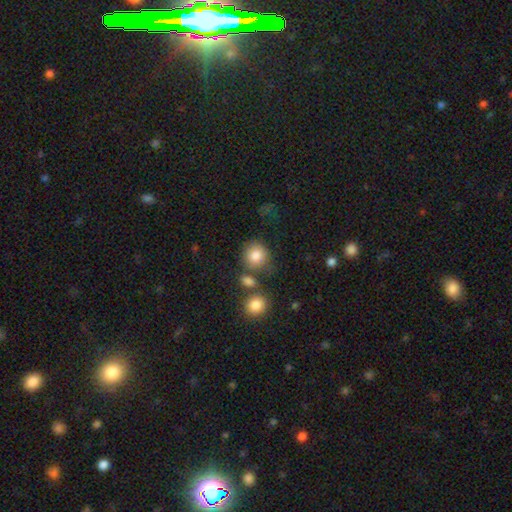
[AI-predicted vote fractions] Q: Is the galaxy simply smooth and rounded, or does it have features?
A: smooth — 83%.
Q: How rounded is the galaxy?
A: round — 83%.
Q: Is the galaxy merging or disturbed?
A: none — 65%.